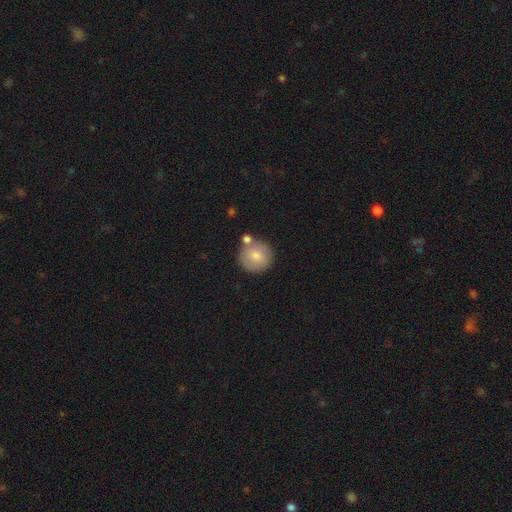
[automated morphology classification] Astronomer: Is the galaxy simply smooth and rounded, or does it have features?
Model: smooth — 79%.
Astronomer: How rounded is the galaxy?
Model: round — 93%.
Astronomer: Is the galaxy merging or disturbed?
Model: none — 70%.